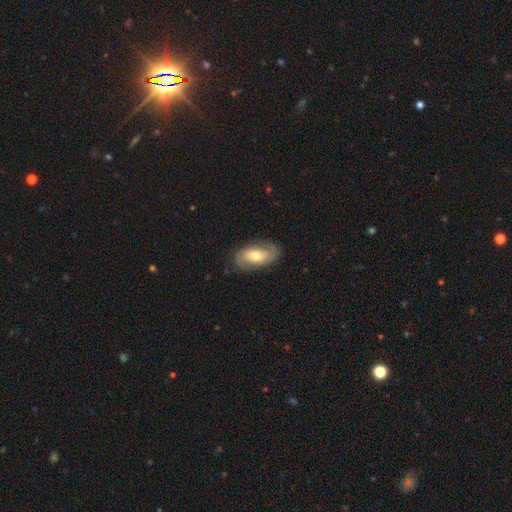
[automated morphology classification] Smooth or featured?
  - smooth: 50% *
  - featured or disk: 44%
  - star or artifact: 6%
Merging?
  - none: 81% *
  - minor disturbance: 14%
  - major disturbance: 4%
  - merger: 1%